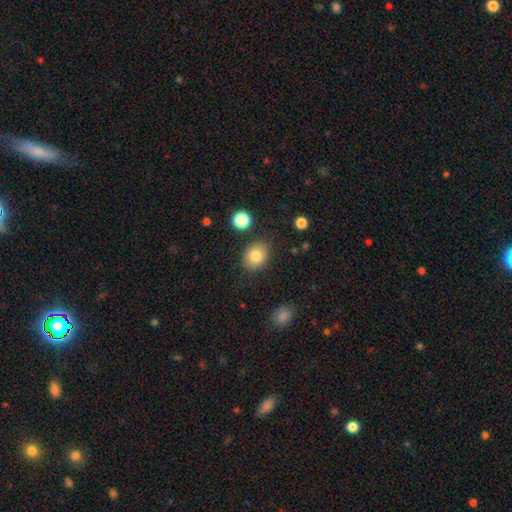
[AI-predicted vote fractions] A smooth galaxy with no disk features (82%) that is in between round and cigar-shaped (50%). Merging: none (83%).